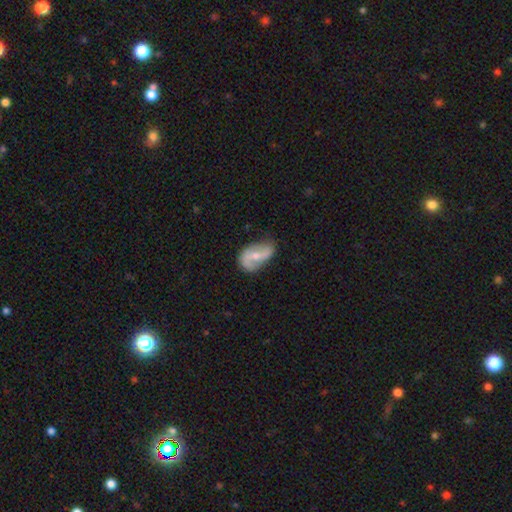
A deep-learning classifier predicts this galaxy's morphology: The model was most divided on "bulge size": moderate: 48%, small: 46%, none: 3%, large: 2%, dominant: 1%. Remaining: edge-on disk — no (96%); spiral arms — yes (82%); spiral arm count — 2 (81%); smooth or featured — featured or disk (65%); spiral winding — loose (57%); merging — none (54%); bar — weak (40%).